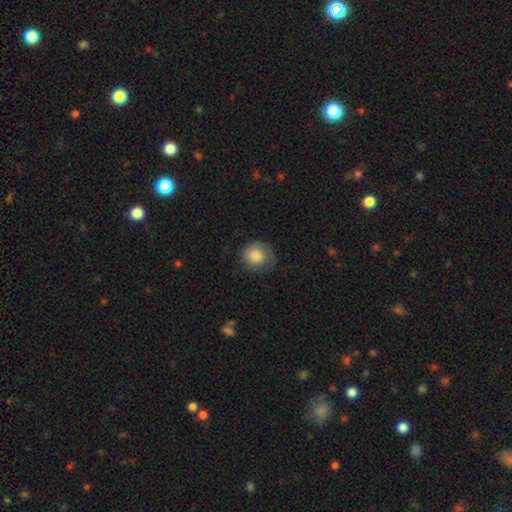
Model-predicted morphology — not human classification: A smooth galaxy with no disk features (78%) that is round (84%).

Vote fractions:
- Smooth or featured? smooth: 78% / featured or disk: 15% / star or artifact: 7%
- How rounded? round: 84% / in between: 15% / cigar-shaped: 1%
- Merging? none: 65% / minor disturbance: 22% / major disturbance: 11% / merger: 1%